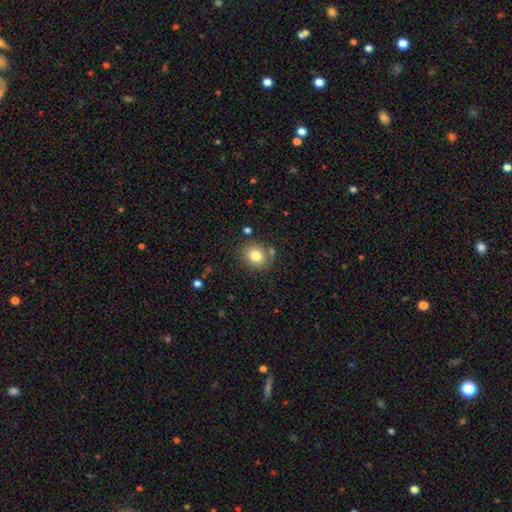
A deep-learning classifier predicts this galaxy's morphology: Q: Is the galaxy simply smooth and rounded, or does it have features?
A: smooth — 80%.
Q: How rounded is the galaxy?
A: round — 69%.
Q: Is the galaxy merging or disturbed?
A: none — 78%.